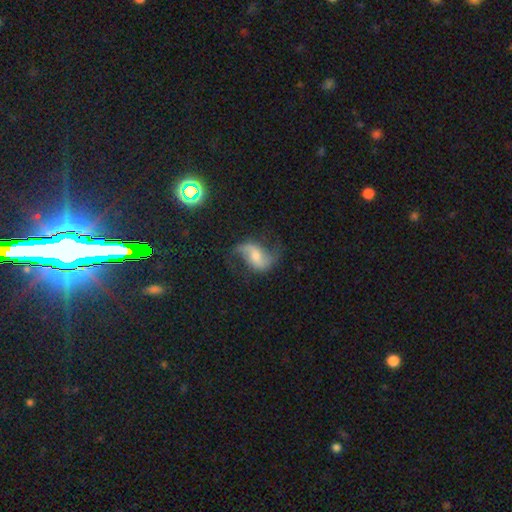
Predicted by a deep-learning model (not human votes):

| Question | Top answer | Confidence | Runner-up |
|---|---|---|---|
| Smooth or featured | featured or disk | 78% | smooth (14%) |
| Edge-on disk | no | 96% | yes (4%) |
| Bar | weak | 43% | no (34%) |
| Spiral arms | yes | 94% | no (6%) |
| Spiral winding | loose | 73% | medium (22%) |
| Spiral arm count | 2 | 91% | 1 (3%) |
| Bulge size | moderate | 50% | small (37%) |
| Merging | none | 69% | minor disturbance (18%) |